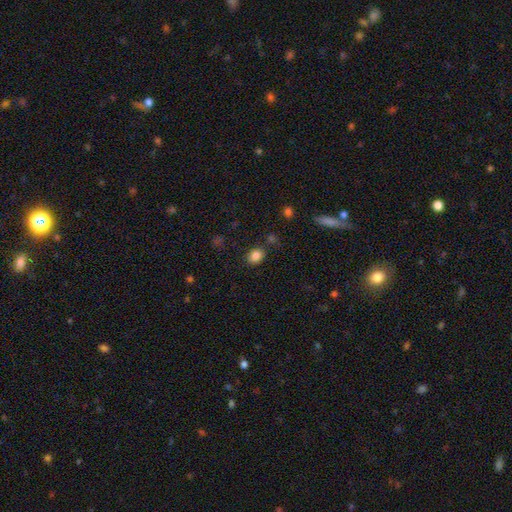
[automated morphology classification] Smooth or featured? smooth (84%)
How rounded? round (53%)
Merging? none (80%)